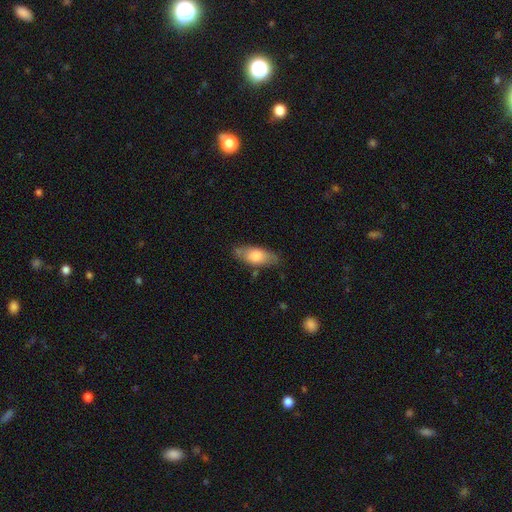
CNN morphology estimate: smooth_or_featured: smooth (p=0.69) [alt: featured or disk p=0.25]
how_rounded: in between (p=0.79) [alt: cigar-shaped p=0.19]
merging: none (p=0.75) [alt: minor disturbance p=0.19]